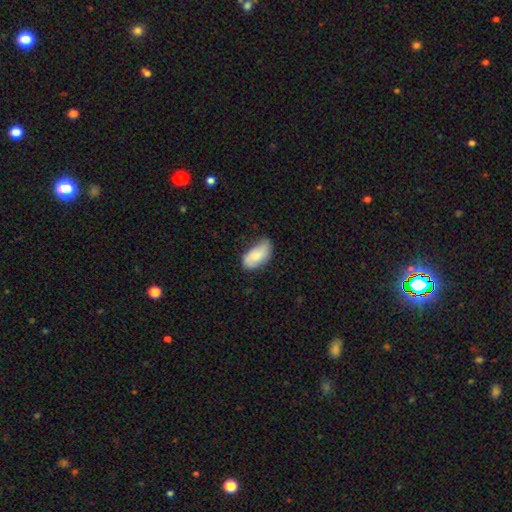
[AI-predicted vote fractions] Morphology: type=smooth (72%); roundness=in between (93%); merging=none (52%).